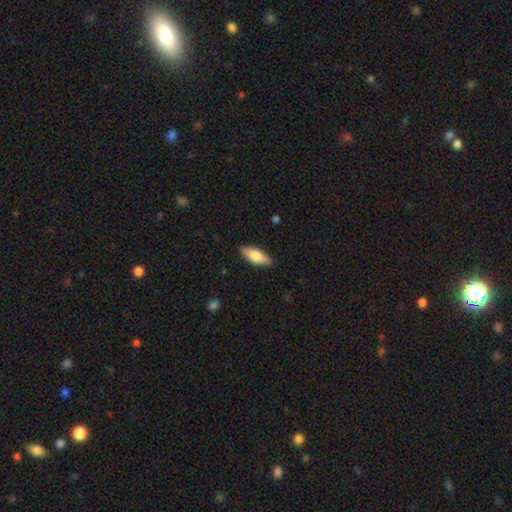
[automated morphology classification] Smooth or featured: smooth — 70% (featured or disk — 24%)
How rounded: in between — 70% (cigar-shaped — 28%)
Merging: none — 87% (minor disturbance — 10%)